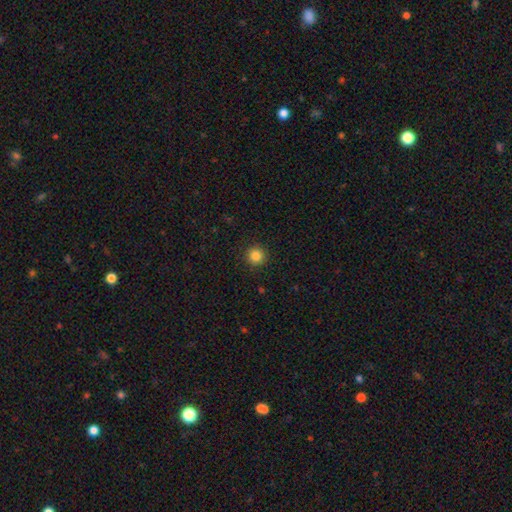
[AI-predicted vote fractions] smooth-or-featured: smooth: 85% | star or artifact: 11% | featured or disk: 4%
  how-rounded: round: 95% | in between: 4% | cigar-shaped: 1%
  merging: none: 92% | minor disturbance: 5% | major disturbance: 2% | merger: 1%